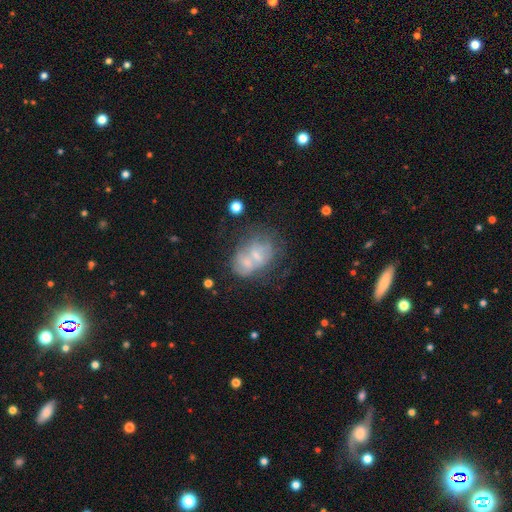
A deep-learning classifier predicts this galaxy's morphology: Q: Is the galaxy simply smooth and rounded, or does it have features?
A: featured or disk — 52%.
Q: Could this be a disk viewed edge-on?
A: no — 97%.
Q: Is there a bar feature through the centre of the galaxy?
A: no — 70%.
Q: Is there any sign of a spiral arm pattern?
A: no — 67%.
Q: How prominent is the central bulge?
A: small — 49%.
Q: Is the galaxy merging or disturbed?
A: merger — 38%.